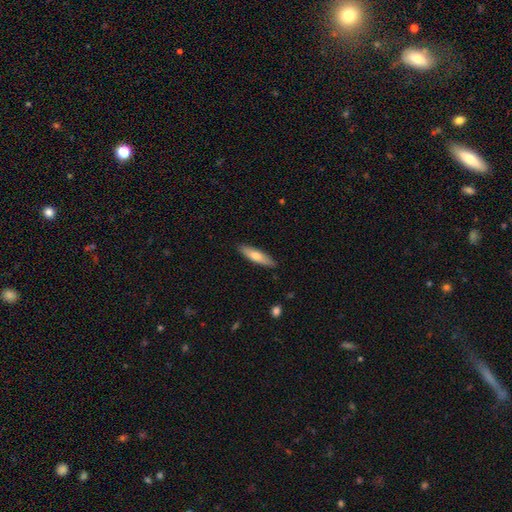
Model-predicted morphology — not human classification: type=smooth (63%); roundness=cigar-shaped (75%); merging=none (89%).